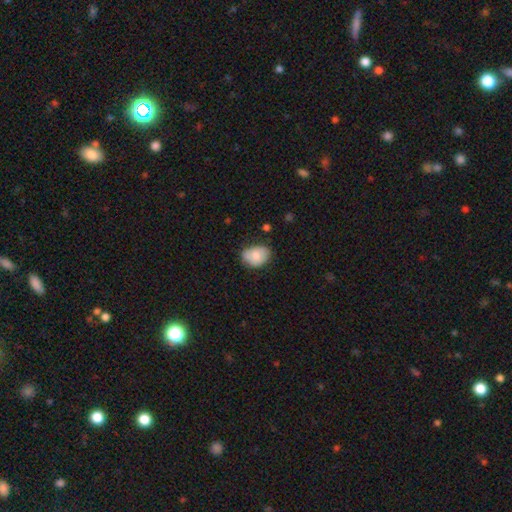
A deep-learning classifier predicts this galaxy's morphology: This is likely a smooth galaxy (75%). How rounded: likely in between (69%). Merging: likely none (66%).